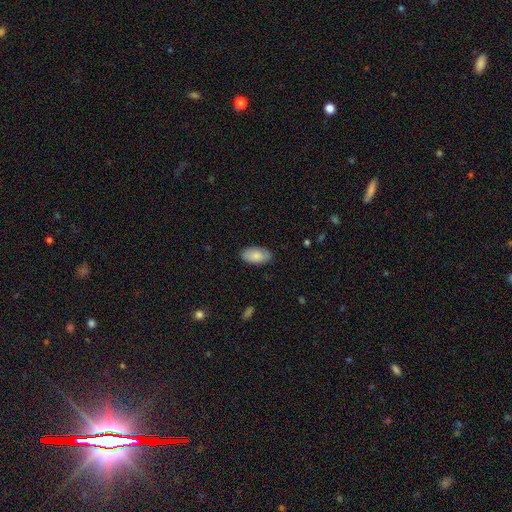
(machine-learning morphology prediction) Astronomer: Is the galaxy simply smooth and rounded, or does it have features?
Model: smooth — 84%.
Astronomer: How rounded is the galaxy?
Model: in between — 95%.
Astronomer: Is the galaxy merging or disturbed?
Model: none — 85%.